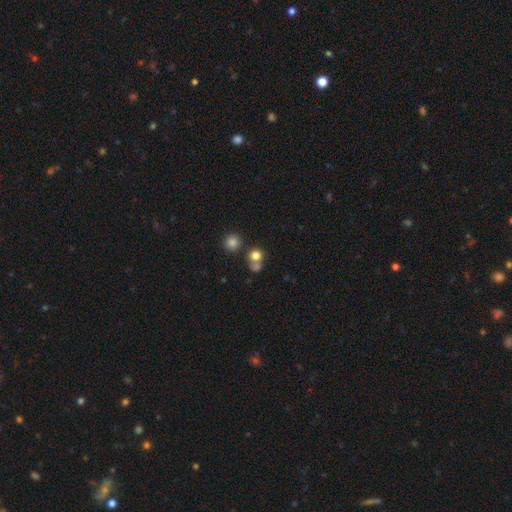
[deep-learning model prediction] A smooth galaxy with no disk features (77%) that is round (83%).

Vote fractions:
- Smooth or featured? smooth: 77% / star or artifact: 14% / featured or disk: 9%
- How rounded? round: 83% / in between: 16% / cigar-shaped: 1%
- Merging? none: 51% / merger: 34% / minor disturbance: 9% / major disturbance: 6%